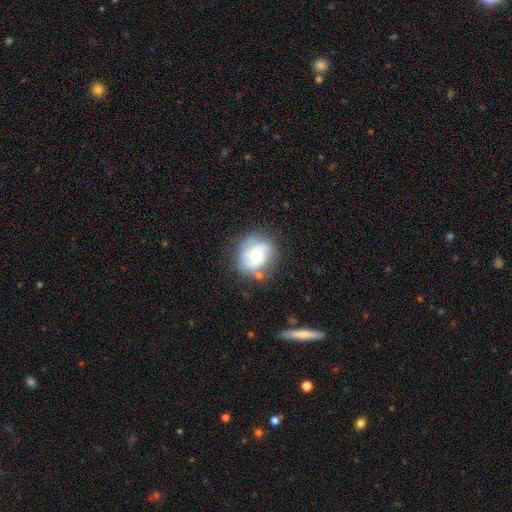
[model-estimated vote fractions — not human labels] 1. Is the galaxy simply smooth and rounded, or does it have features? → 65% featured or disk, 27% smooth, 7% star or artifact.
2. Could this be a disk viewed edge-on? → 97% no, 3% yes.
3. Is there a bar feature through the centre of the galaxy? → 68% no, 27% weak, 5% strong.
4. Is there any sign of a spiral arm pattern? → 86% yes, 14% no.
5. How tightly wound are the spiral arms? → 42% medium, 39% tight, 19% loose.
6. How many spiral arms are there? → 55% 2, 20% can't tell, 14% 3, 6% 1, 3% 4, 2% more than 4.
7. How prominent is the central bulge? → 64% moderate, 19% small, 13% large, 2% none, 2% dominant.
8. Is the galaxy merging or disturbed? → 64% none, 22% minor disturbance, 9% major disturbance, 5% merger.